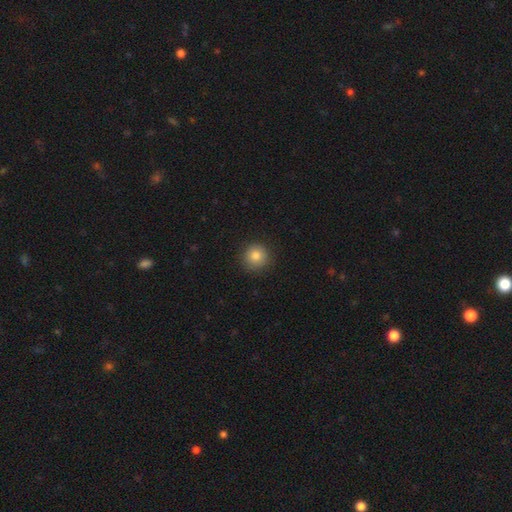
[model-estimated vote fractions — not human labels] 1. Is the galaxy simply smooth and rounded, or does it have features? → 85% smooth, 9% star or artifact, 6% featured or disk.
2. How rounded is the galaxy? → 93% round, 6% in between, 1% cigar-shaped.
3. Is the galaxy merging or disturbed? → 88% none, 9% minor disturbance, 2% major disturbance, 1% merger.